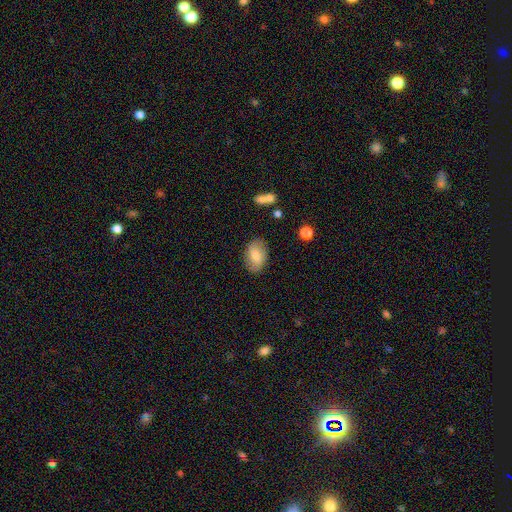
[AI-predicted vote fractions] Q: Smooth or featured?
A: smooth (72%); runner-up: featured or disk (20%)
Q: How rounded?
A: in between (89%); runner-up: round (10%)
Q: Merging?
A: none (83%); runner-up: minor disturbance (13%)